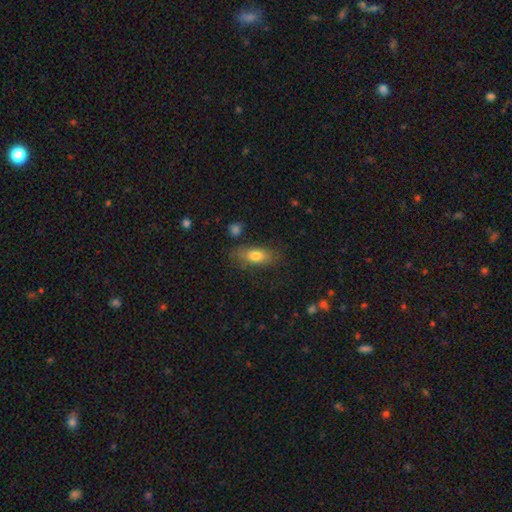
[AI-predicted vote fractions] Smooth or featured: smooth — 75% (featured or disk — 17%)
How rounded: in between — 79% (cigar-shaped — 15%)
Merging: none — 71% (minor disturbance — 19%)